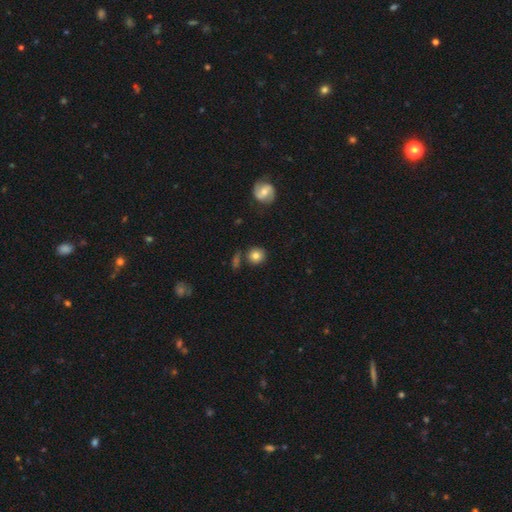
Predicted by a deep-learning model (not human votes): Smooth or featured: smooth — 81% (featured or disk — 11%)
How rounded: round — 89% (in between — 10%)
Merging: none — 78% (minor disturbance — 10%)